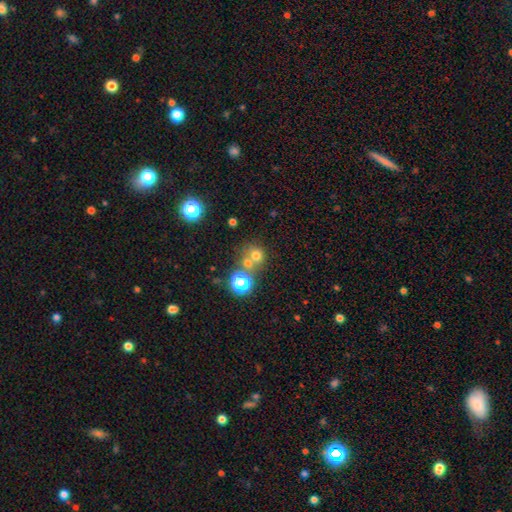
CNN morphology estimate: smooth_or_featured: smooth (p=0.66) [alt: star or artifact p=0.22]
how_rounded: round (p=0.84) [alt: in between p=0.15]
merging: none (p=0.50) [alt: merger p=0.38]